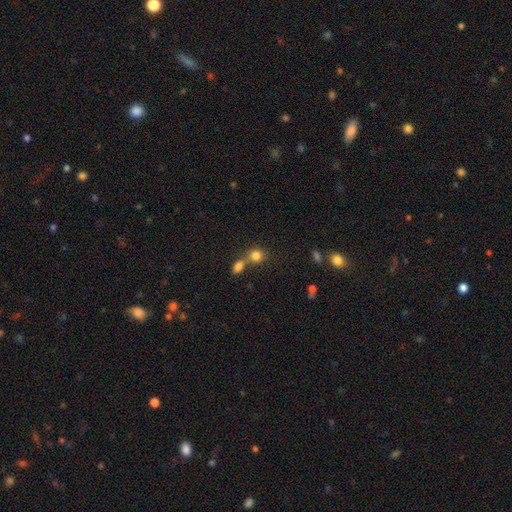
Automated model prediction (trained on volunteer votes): Smooth or featured? smooth (80%)
How rounded? round (72%)
Merging? merger (47%)